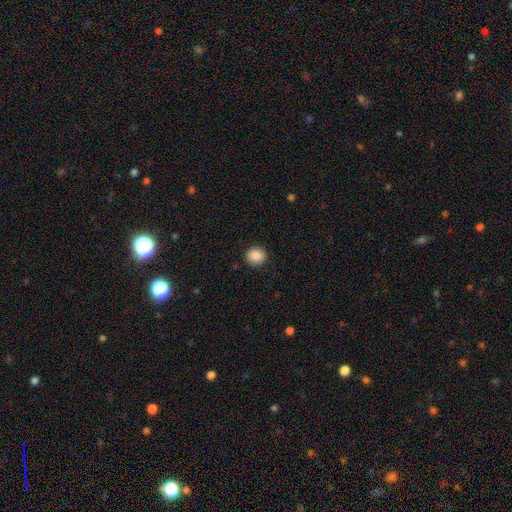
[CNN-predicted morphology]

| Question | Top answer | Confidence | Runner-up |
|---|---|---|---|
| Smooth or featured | smooth | 88% | star or artifact (9%) |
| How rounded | round | 86% | in between (13%) |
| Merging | none | 91% | minor disturbance (6%) |